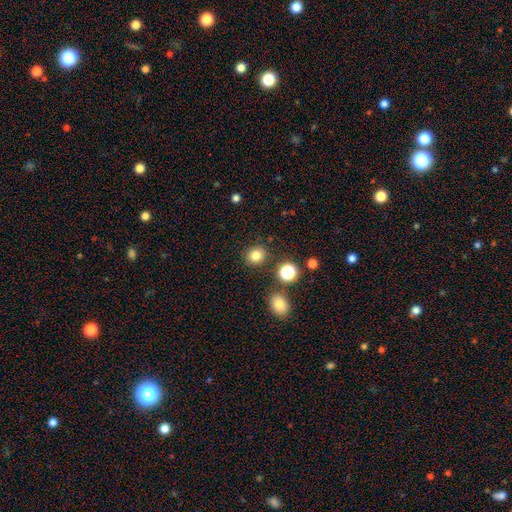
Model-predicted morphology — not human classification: Overall: smooth (81%). How rounded: round (77%). Merging: none (86%).